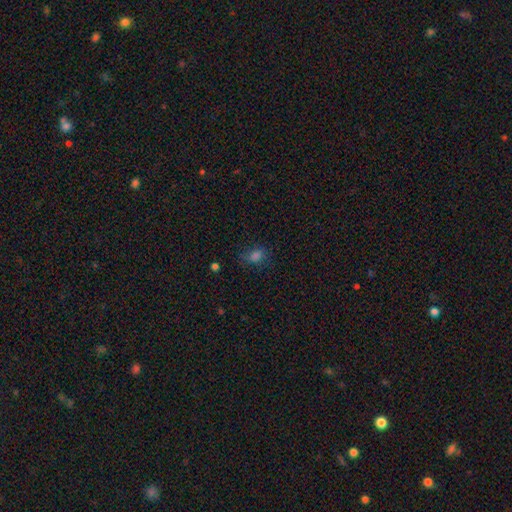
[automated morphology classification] Q: Smooth or featured?
A: smooth (71%); runner-up: star or artifact (22%)
Q: How rounded?
A: in between (75%); runner-up: round (22%)
Q: Merging?
A: none (70%); runner-up: minor disturbance (19%)